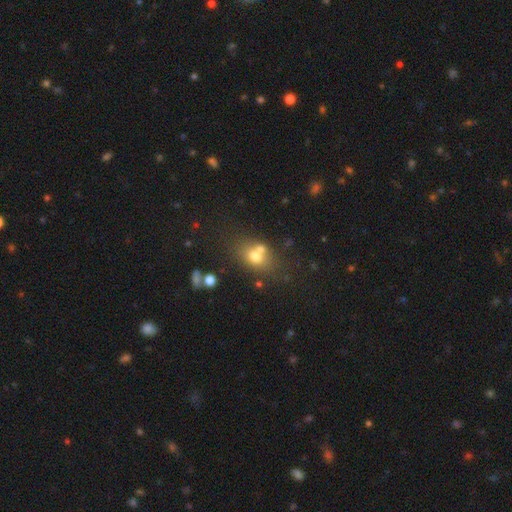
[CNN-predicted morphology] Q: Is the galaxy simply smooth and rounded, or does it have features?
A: smooth — 68%.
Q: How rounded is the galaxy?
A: in between — 58%.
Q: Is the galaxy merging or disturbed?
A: none — 49%.